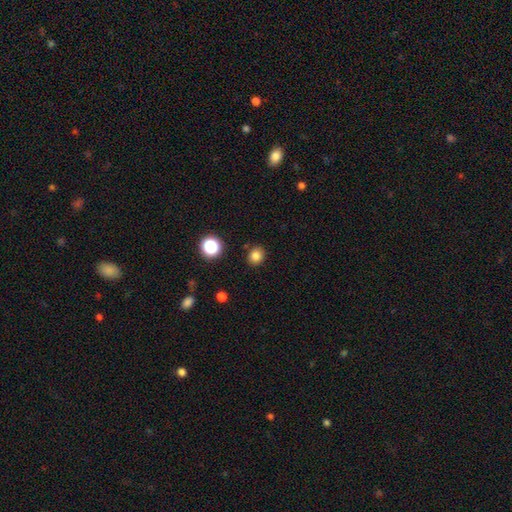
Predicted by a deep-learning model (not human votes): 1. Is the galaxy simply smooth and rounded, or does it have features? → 82% smooth, 14% star or artifact, 5% featured or disk.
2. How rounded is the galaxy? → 79% round, 20% in between, 1% cigar-shaped.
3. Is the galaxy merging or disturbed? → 87% none, 8% minor disturbance, 3% merger, 2% major disturbance.